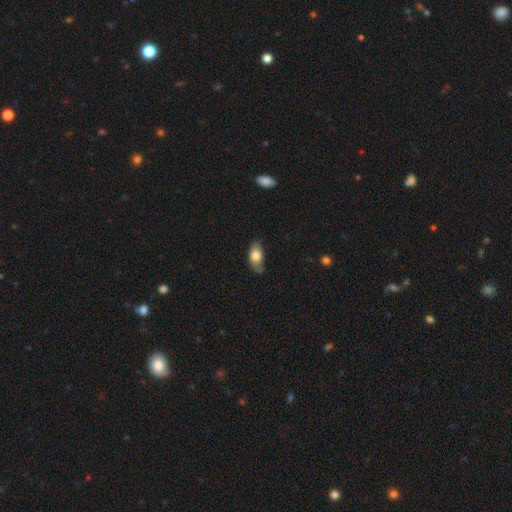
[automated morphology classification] Overall: smooth (78%). How rounded: in between (88%). Merging: none (59%; minor disturbance 32%).